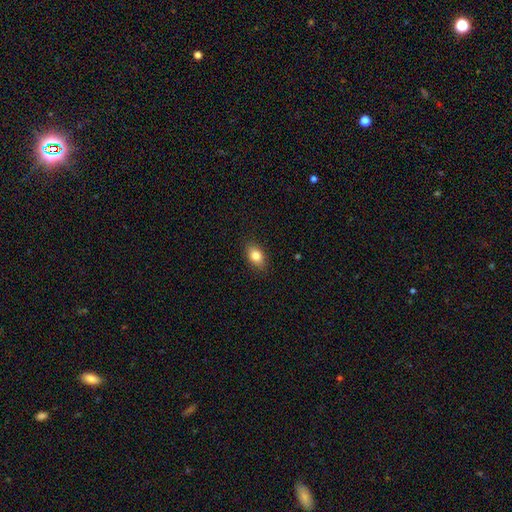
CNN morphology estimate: This is clearly a smooth galaxy (82%). How rounded: clearly in between (83%). Merging: clearly none (87%).